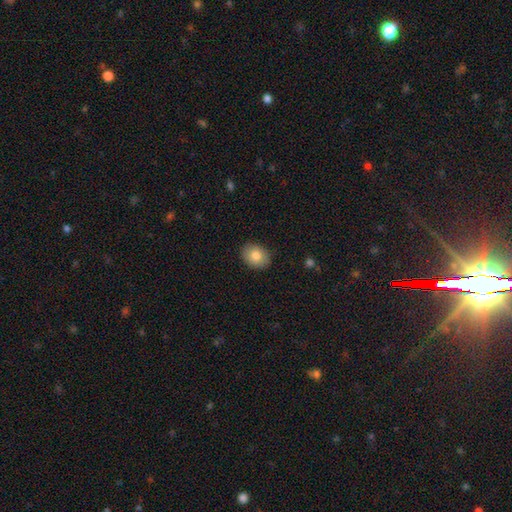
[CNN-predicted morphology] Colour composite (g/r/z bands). It shows a smooth galaxy with no disk features (82%) that is in between round and cigar-shaped (62%). Merging: none (88%).